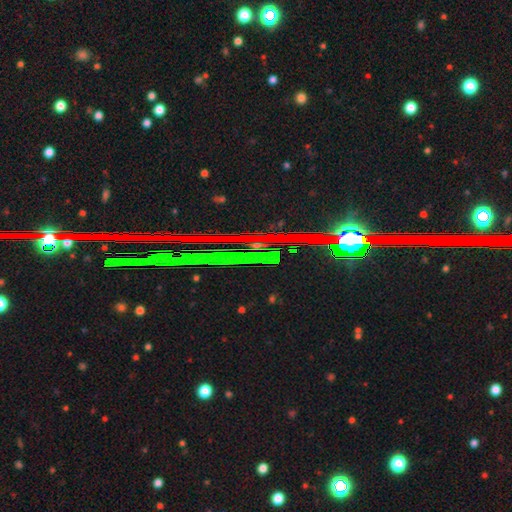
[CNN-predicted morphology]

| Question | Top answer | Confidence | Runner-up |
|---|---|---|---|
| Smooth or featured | star or artifact | 80% | featured or disk (12%) |